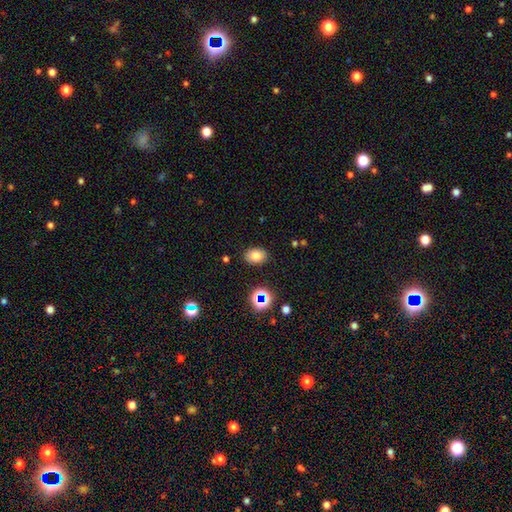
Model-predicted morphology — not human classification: Overall: smooth (78%). How rounded: in between (73%). Merging: none (86%).